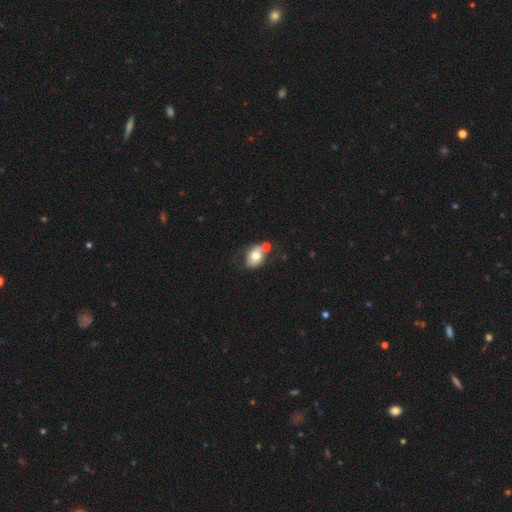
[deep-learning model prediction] A smooth galaxy with no disk features (62%) that is in between round and cigar-shaped (66%). Merging: none (48%).